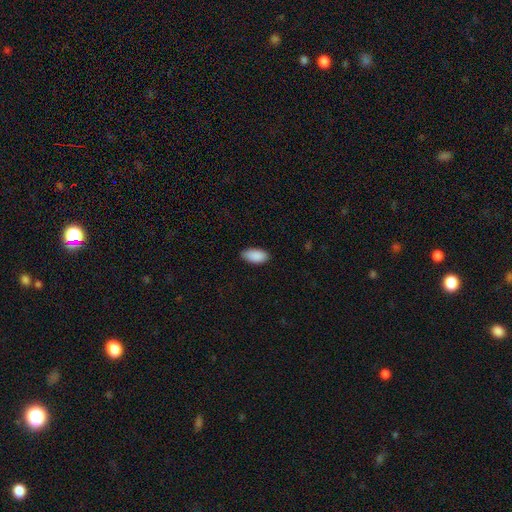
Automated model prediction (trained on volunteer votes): This is clearly a smooth galaxy (91%). How rounded: clearly in between (95%). Merging: clearly none (84%).